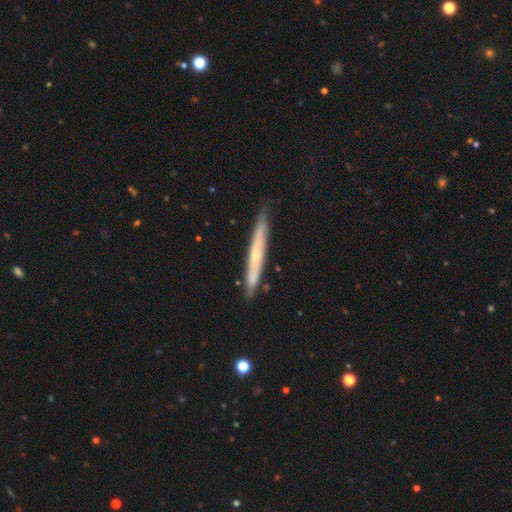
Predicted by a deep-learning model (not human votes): featured or disk 56%, smooth 38%, star or artifact 6%. Down the decision tree: edge-on disk — yes (86%); merging — none (81%).